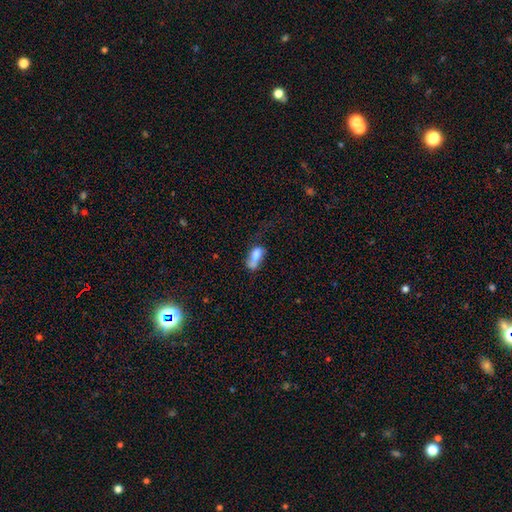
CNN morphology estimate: smooth 70%, featured or disk 20%, star or artifact 10%. Down the decision tree: how rounded — in between (81%); merging — merger (31%).